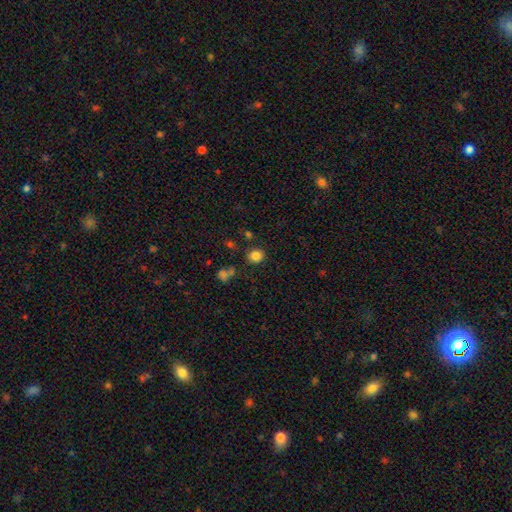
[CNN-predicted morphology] A smooth galaxy with no disk features (84%) that is round (79%).

Vote fractions:
- Smooth or featured? smooth: 84% / star or artifact: 11% / featured or disk: 5%
- How rounded? round: 79% / in between: 20% / cigar-shaped: 1%
- Merging? none: 83% / minor disturbance: 9% / merger: 5% / major disturbance: 3%